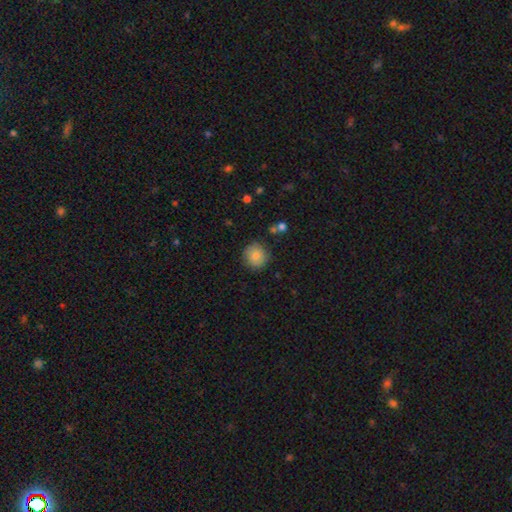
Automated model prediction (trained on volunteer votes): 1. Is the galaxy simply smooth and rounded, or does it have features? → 79% smooth, 12% featured or disk, 8% star or artifact.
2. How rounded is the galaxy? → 90% round, 9% in between, 1% cigar-shaped.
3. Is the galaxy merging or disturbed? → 84% none, 11% minor disturbance, 3% major disturbance, 2% merger.